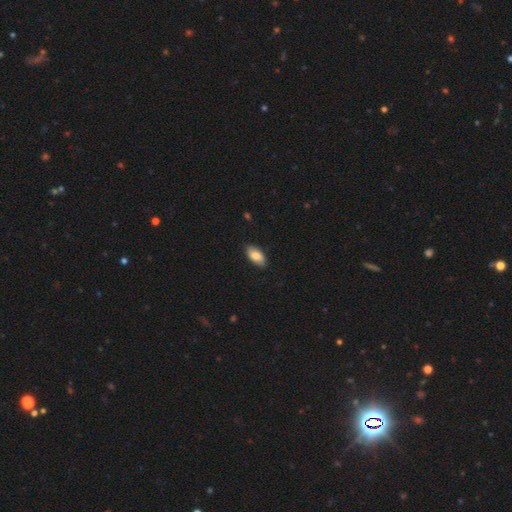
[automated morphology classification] type=smooth (82%); roundness=in between (93%); merging=none (87%).